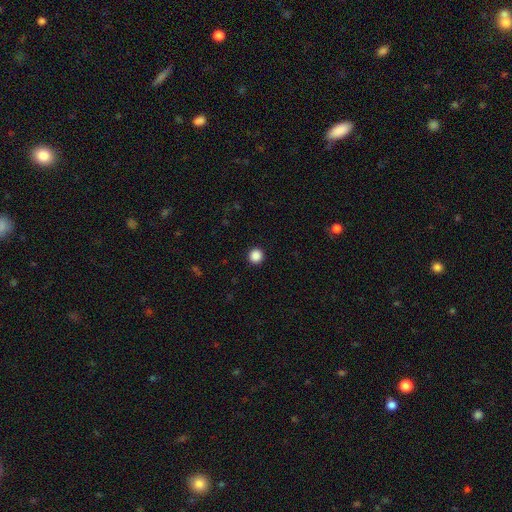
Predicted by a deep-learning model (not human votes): The model was most divided on "smooth or featured": smooth: 88%, star or artifact: 10%, featured or disk: 2%. More confident: how rounded — round (96%); merging — none (93%).